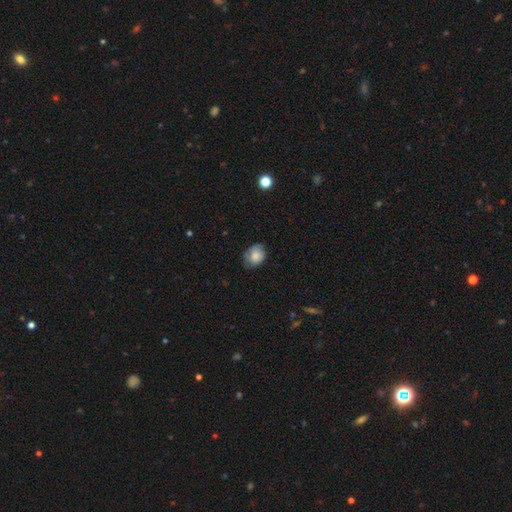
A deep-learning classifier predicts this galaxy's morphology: Smooth or featured? Predicted: smooth (p=0.78). How rounded? Predicted: in between (p=0.50). Merging? Predicted: none (p=0.67).